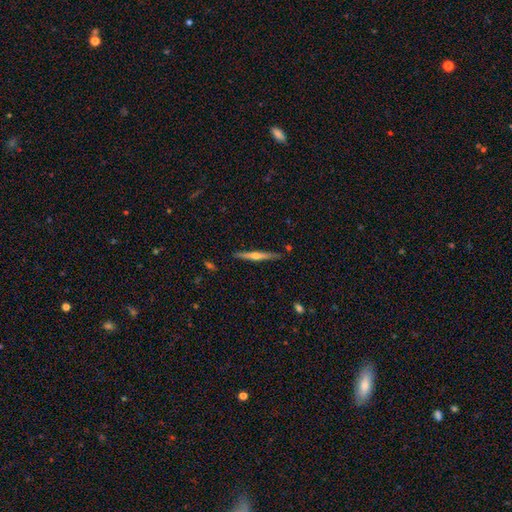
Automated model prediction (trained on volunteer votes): This is likely a featured or disk galaxy (63%). It is clearly viewed edge-on (97%). Edge-on bulge: clearly rounded (82%). Merging: clearly none (88%).